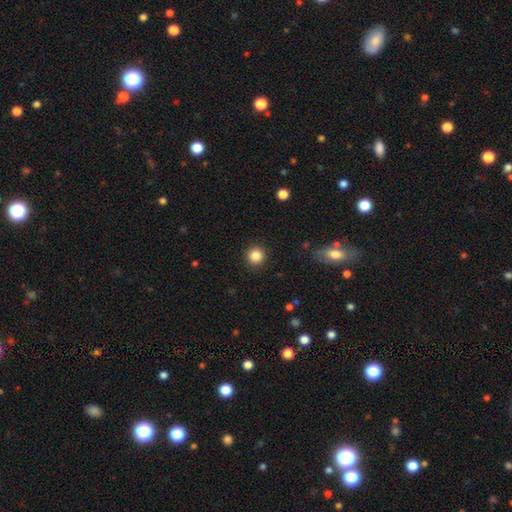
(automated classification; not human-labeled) Smooth or featured?
  - smooth: 85% *
  - star or artifact: 11%
  - featured or disk: 4%
How rounded?
  - round: 94% *
  - in between: 5%
  - cigar-shaped: 1%
Merging?
  - none: 91% *
  - minor disturbance: 5%
  - major disturbance: 2%
  - merger: 1%